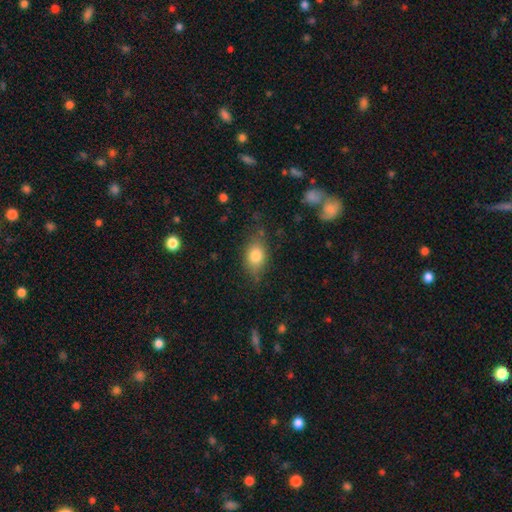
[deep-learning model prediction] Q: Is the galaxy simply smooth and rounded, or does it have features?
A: smooth — 80%.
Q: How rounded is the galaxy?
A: in between — 78%.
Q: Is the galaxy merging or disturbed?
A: none — 72%.